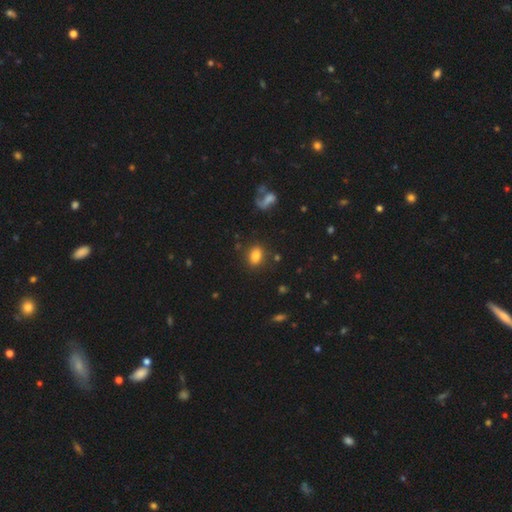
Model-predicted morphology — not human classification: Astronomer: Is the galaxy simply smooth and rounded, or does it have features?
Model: smooth — 83%.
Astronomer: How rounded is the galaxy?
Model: in between — 75%.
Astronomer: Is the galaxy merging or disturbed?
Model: none — 84%.